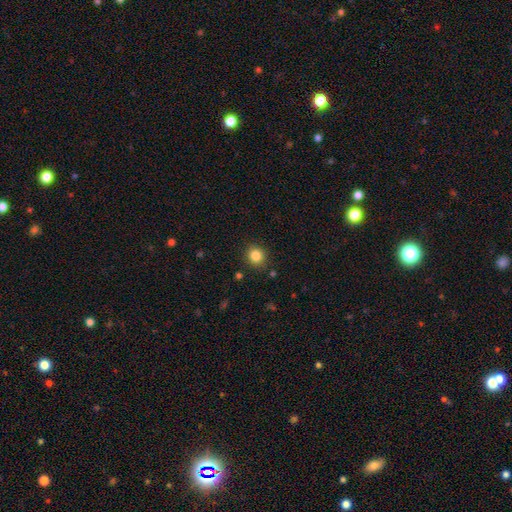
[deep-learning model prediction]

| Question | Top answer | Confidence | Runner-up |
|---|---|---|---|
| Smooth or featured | smooth | 84% | star or artifact (11%) |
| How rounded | round | 86% | in between (13%) |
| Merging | none | 88% | minor disturbance (8%) |